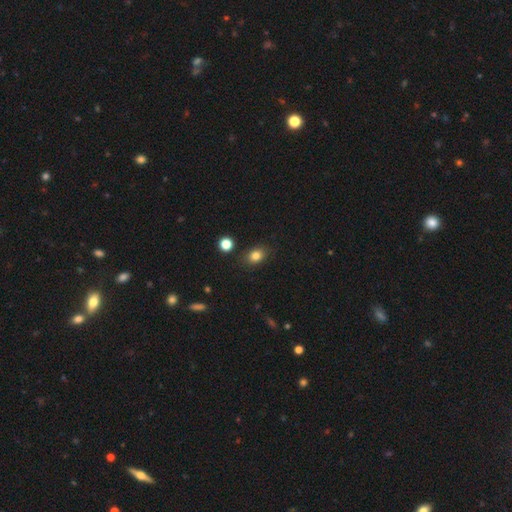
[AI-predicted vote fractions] smooth 83%, star or artifact 11%, featured or disk 7%. Down the decision tree: how rounded — in between (65%); merging — none (84%).